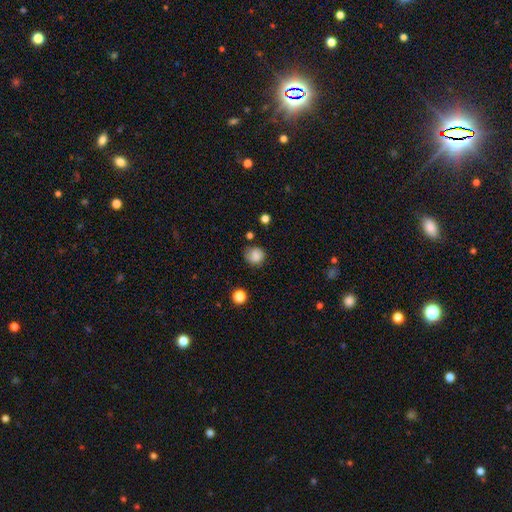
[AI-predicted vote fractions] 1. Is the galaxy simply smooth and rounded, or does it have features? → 84% smooth, 10% star or artifact, 6% featured or disk.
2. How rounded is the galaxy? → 87% round, 12% in between, 1% cigar-shaped.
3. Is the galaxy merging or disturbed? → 77% none, 17% minor disturbance, 4% major disturbance, 3% merger.